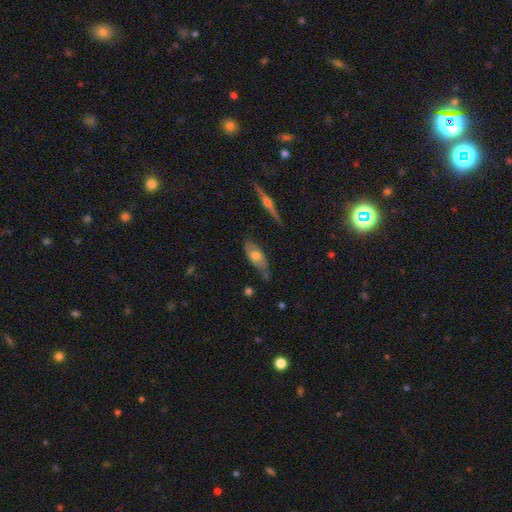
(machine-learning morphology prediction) smooth-or-featured: smooth: 51% | featured or disk: 42% | star or artifact: 7%
  how-rounded: in between: 79% | cigar-shaped: 18% | round: 4%
  merging: none: 60% | minor disturbance: 30% | major disturbance: 6% | merger: 3%